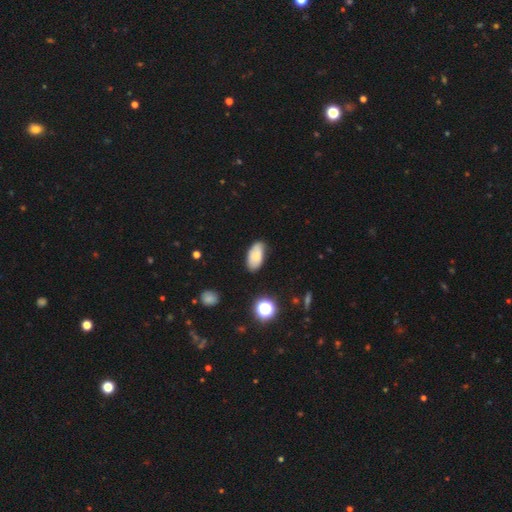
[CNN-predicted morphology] Smooth or featured? smooth (74%)
How rounded? in between (93%)
Merging? none (74%)